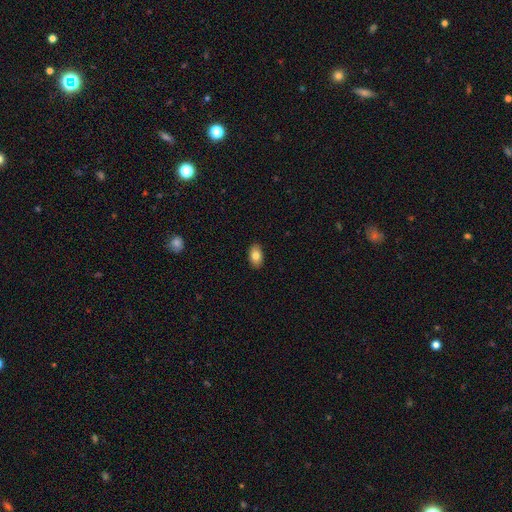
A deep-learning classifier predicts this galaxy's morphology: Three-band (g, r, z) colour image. It shows a smooth galaxy with no disk features (82%) that is in between round and cigar-shaped (91%). Merging: none (89%).